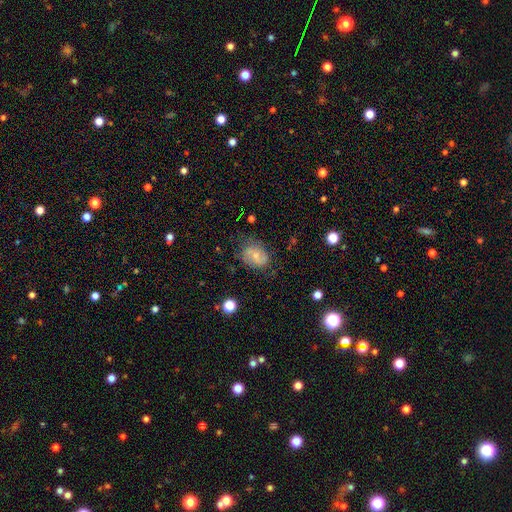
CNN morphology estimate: smooth-or-featured: smooth: 49% | featured or disk: 42% | star or artifact: 9%
  merging: none: 62% | minor disturbance: 25% | major disturbance: 10% | merger: 2%